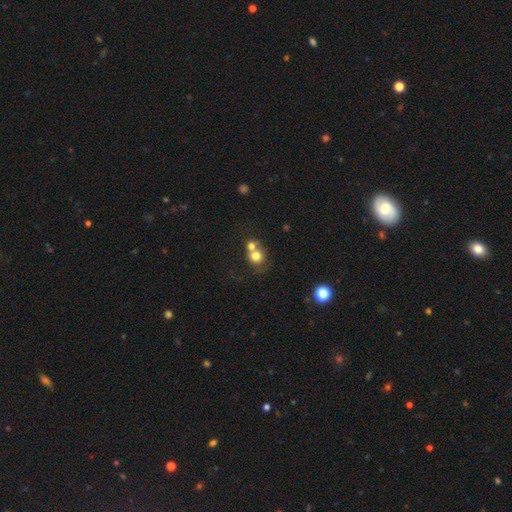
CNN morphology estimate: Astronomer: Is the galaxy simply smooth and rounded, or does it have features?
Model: smooth — 74%.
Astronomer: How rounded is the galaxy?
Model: round — 82%.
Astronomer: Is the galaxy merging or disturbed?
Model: merger — 52% (runner-up: none, 37%).